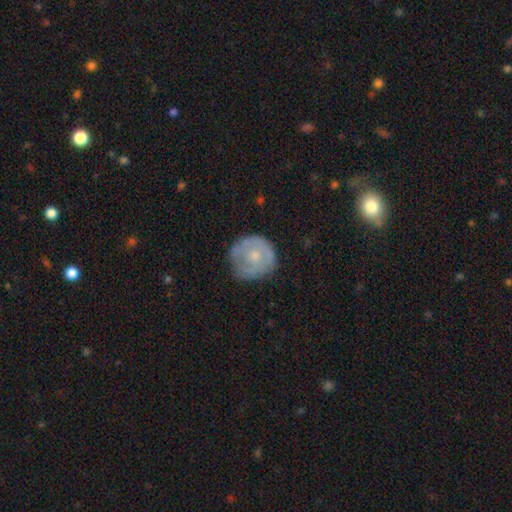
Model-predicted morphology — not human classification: Smooth or featured: smooth — 51% (featured or disk — 43%)
How rounded: round — 91% (in between — 8%)
Merging: none — 70% (minor disturbance — 21%)